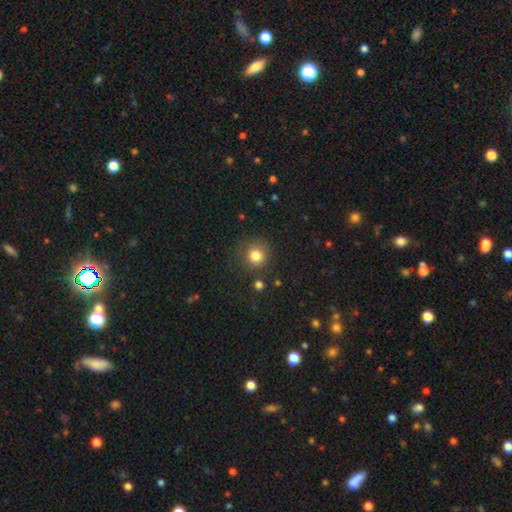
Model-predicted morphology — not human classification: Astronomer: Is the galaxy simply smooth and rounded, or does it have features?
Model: smooth — 82%.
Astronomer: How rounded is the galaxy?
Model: round — 91%.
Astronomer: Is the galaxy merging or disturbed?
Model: none — 83%.